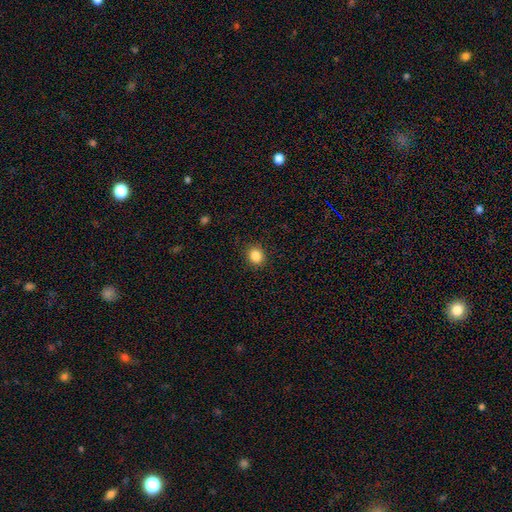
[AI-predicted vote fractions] smooth 86%, star or artifact 10%, featured or disk 4%. Down the decision tree: how rounded — round (75%); merging — none (90%).